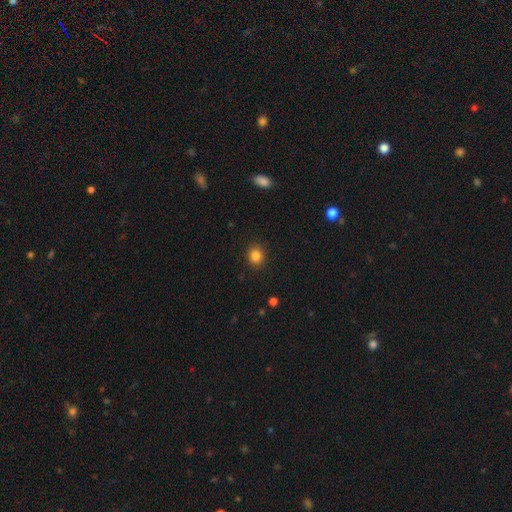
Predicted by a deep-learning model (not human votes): Morphology: type=smooth (84%); roundness=round (77%); merging=none (90%).